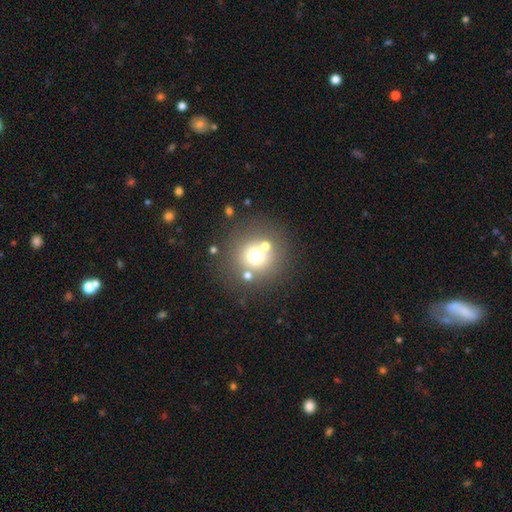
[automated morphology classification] smooth-or-featured: smooth: 65% | star or artifact: 19% | featured or disk: 16%
  how-rounded: round: 93% | in between: 6% | cigar-shaped: 1%
  merging: none: 72% | merger: 15% | minor disturbance: 8% | major disturbance: 5%